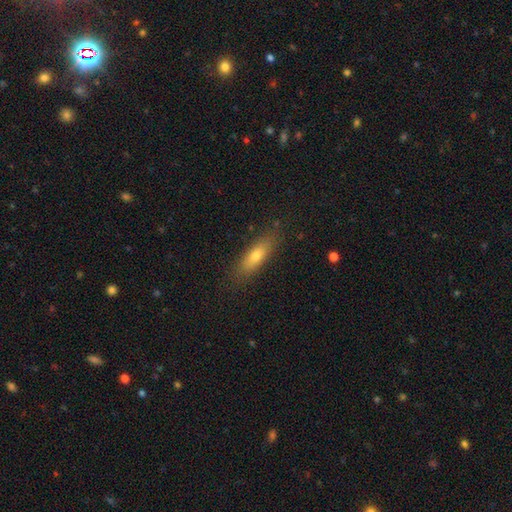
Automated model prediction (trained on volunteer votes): A smooth galaxy with no disk features (69%) that is cigar-shaped (56%).

Vote fractions:
- Smooth or featured? smooth: 69% / featured or disk: 23% / star or artifact: 8%
- How rounded? cigar-shaped: 56% / in between: 42% / round: 3%
- Merging? none: 84% / minor disturbance: 12% / major disturbance: 3% / merger: 1%